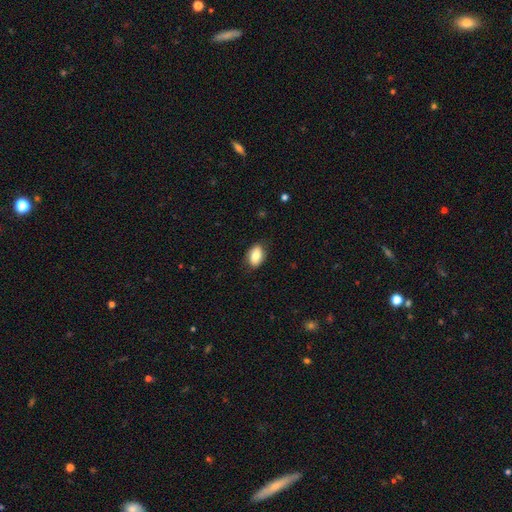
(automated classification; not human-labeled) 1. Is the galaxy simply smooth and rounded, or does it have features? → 81% smooth, 12% featured or disk, 7% star or artifact.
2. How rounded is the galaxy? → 88% in between, 11% round, 2% cigar-shaped.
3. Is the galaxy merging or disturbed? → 81% none, 15% minor disturbance, 3% major disturbance, 1% merger.